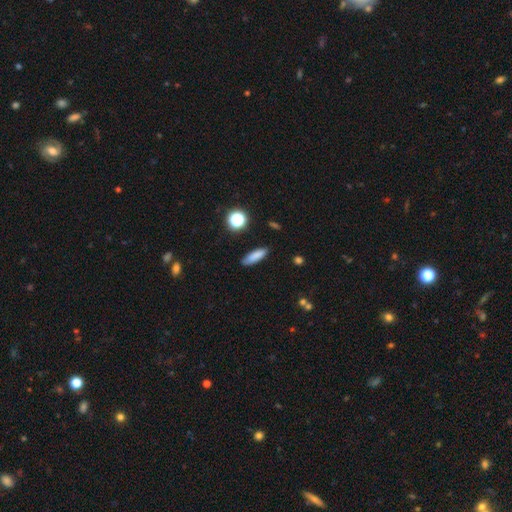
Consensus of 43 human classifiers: Overall: smooth (86%). How rounded: in between (54%; cigar-shaped 41%). Merging: none (85%).